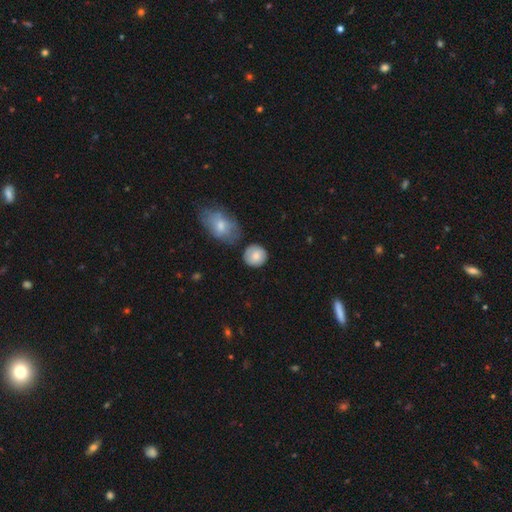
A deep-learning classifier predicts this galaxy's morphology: Smooth or featured?
  - smooth: 80% *
  - featured or disk: 13%
  - star or artifact: 7%
How rounded?
  - round: 85% *
  - in between: 13%
  - cigar-shaped: 1%
Merging?
  - none: 75% *
  - minor disturbance: 15%
  - merger: 6%
  - major disturbance: 4%